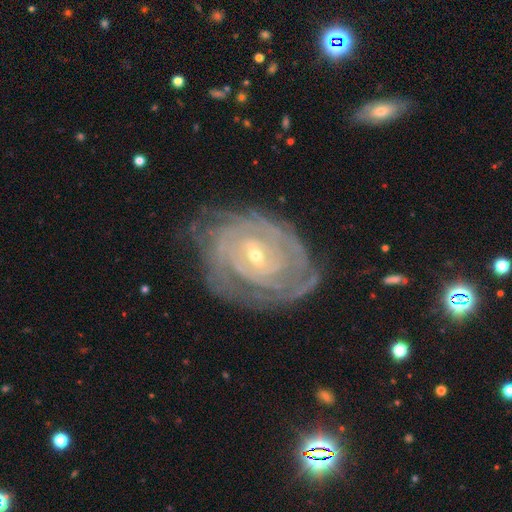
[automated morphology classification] Overall: featured or disk (86%). Edge-on disk: no (96%). Bar: weak (43%; no 41%). Spiral arms: yes (93%). Spiral arm count: can't tell (42%; 2 16%). Spiral winding: tight (82%). Bulge size: small (69%). Merging: none (68%).